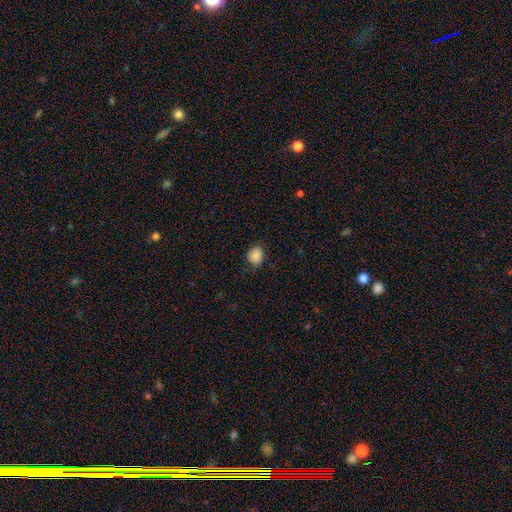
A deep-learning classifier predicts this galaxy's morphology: Smooth or featured?
  - smooth: 87% *
  - star or artifact: 9%
  - featured or disk: 4%
How rounded?
  - round: 58% *
  - in between: 42%
  - cigar-shaped: 1%
Merging?
  - none: 79% *
  - minor disturbance: 16%
  - major disturbance: 3%
  - merger: 1%